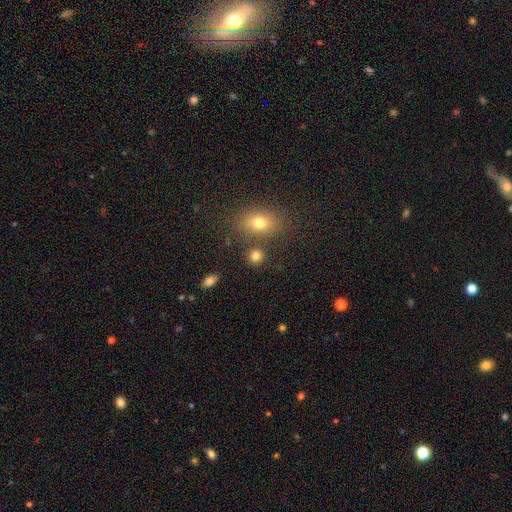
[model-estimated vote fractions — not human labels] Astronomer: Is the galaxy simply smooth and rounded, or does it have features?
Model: smooth — 80%.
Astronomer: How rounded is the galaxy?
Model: round — 79%.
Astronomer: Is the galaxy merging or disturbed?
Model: none — 77%.